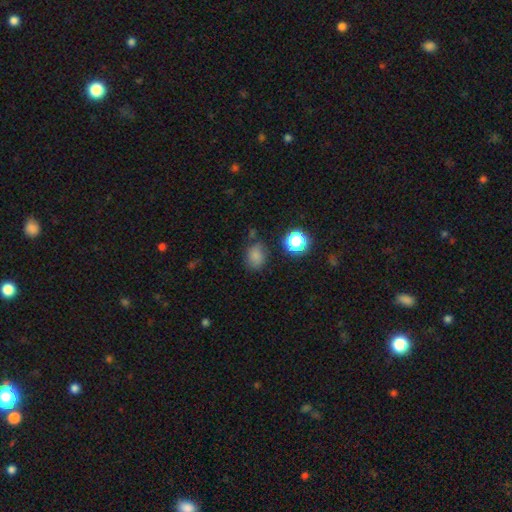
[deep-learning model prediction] smooth_or_featured: smooth (p=0.77) [alt: star or artifact p=0.16]
how_rounded: round (p=0.51) [alt: in between p=0.48]
merging: none (p=0.68) [alt: minor disturbance p=0.20]